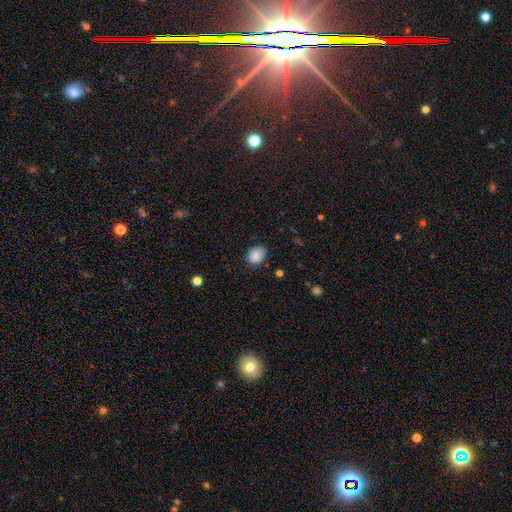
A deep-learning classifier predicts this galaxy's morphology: Smooth or featured?
  - smooth: 86% *
  - star or artifact: 9%
  - featured or disk: 5%
How rounded?
  - round: 50% *
  - in between: 49%
  - cigar-shaped: 1%
Merging?
  - none: 70% *
  - minor disturbance: 24%
  - major disturbance: 5%
  - merger: 1%